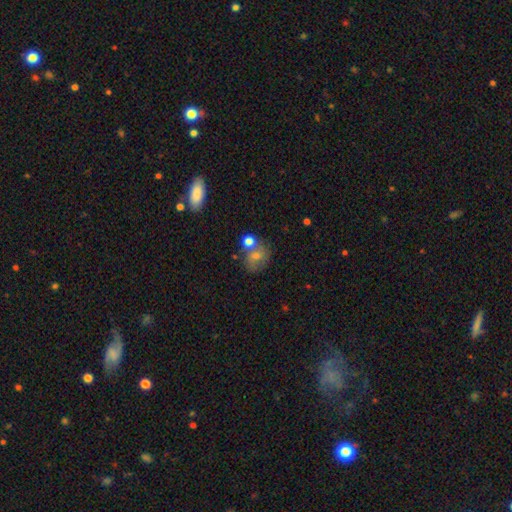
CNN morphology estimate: Smooth or featured?
  - smooth: 60% *
  - featured or disk: 25%
  - star or artifact: 14%
How rounded?
  - round: 65% *
  - in between: 34%
  - cigar-shaped: 2%
Merging?
  - none: 58% *
  - merger: 22%
  - minor disturbance: 14%
  - major disturbance: 5%